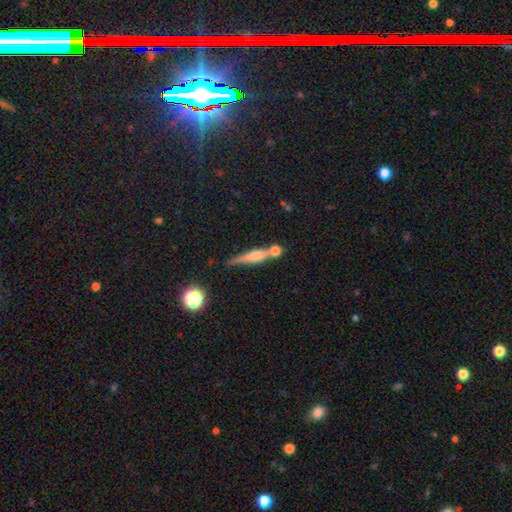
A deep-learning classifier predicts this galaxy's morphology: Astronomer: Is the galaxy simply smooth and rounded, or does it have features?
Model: featured or disk — 49% (runner-up: smooth, 42%).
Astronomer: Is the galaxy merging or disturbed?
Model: none — 56%.